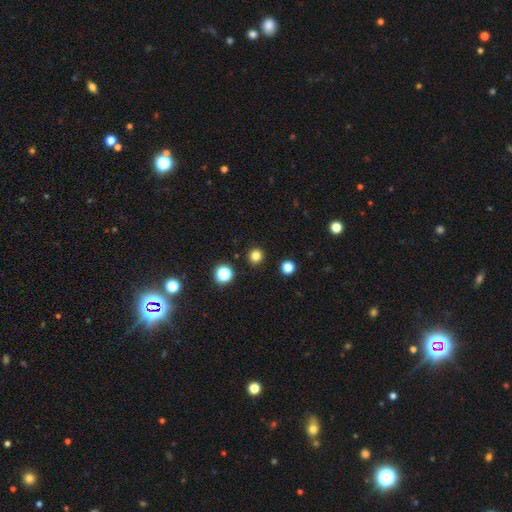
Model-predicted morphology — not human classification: Smooth or featured? smooth (81%)
How rounded? round (94%)
Merging? none (92%)